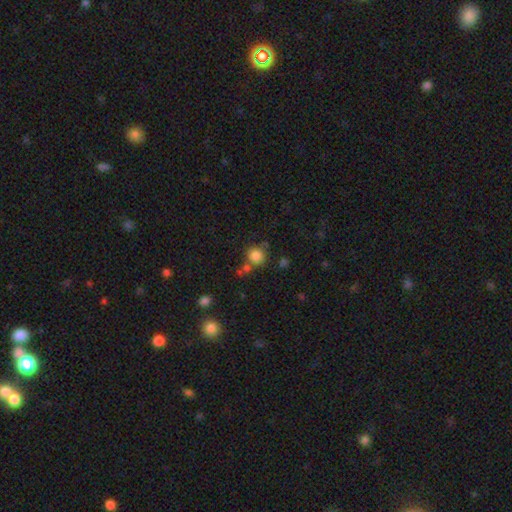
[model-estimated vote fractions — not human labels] smooth 83%, star or artifact 12%, featured or disk 5%. Down the decision tree: how rounded — round (91%); merging — none (70%).